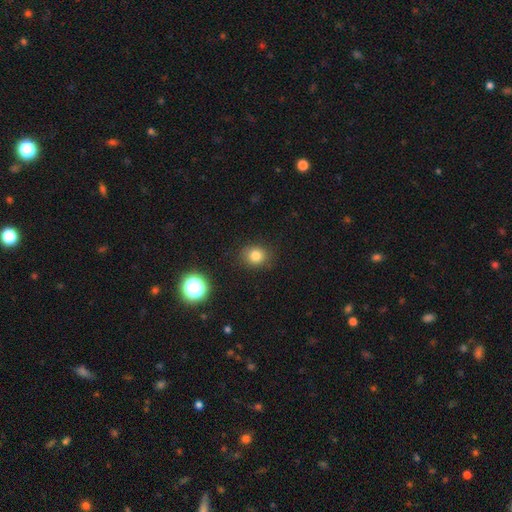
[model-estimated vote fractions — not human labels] Overall: smooth (80%). How rounded: round (71%). Merging: none (87%).